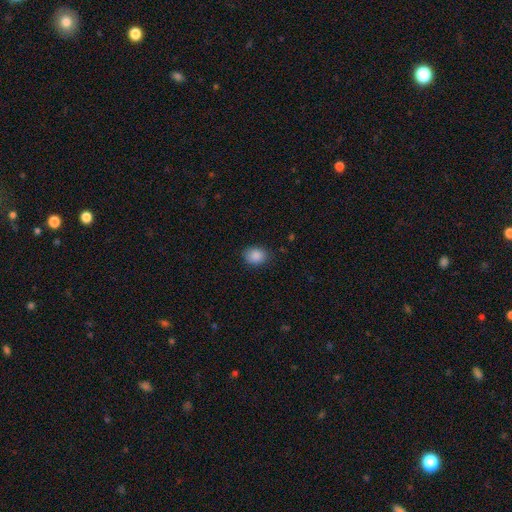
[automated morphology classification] A smooth galaxy with no disk features (88%) that is in between round and cigar-shaped (52%). Merging: none (84%).